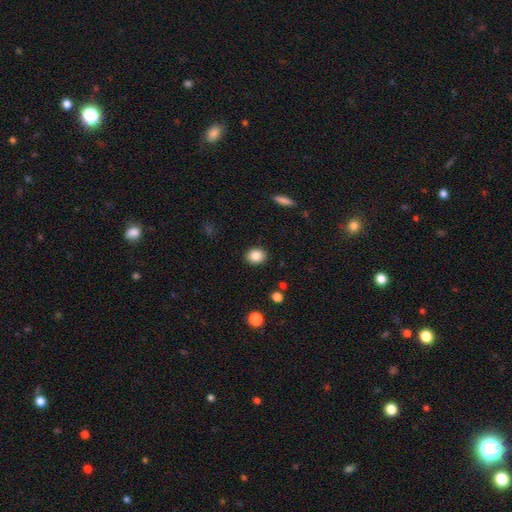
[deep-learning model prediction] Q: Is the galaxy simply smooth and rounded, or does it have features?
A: smooth — 86%.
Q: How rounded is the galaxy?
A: round — 54%.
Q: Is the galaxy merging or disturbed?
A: none — 89%.